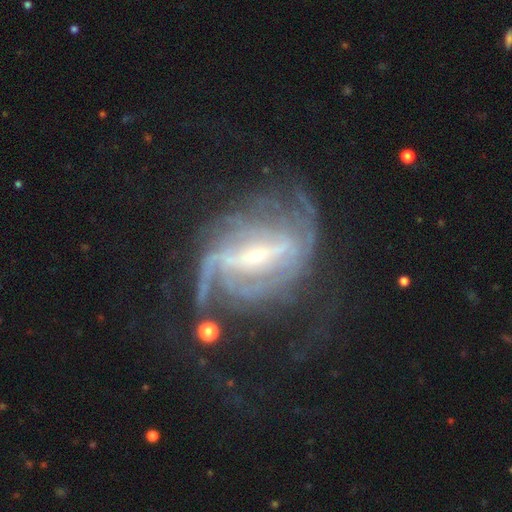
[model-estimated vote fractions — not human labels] This is clearly a featured or disk galaxy (88%). It is clearly not viewed edge-on (95%). Bar: likely strong (61%). Spiral arm pattern: clearly yes (94%). Spiral arm count: marginally 2 (30%). Spiral winding: marginally medium (40%). Central bulge: likely small (70%). Merging: possibly none (46%).